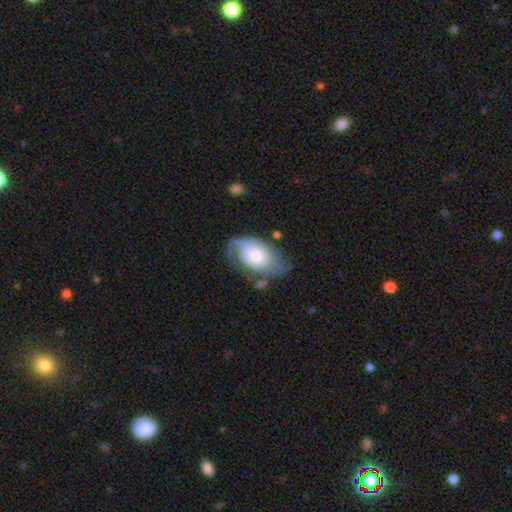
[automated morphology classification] featured or disk 54%, smooth 40%, star or artifact 6%. Down the decision tree: edge-on disk — no (95%); bar — no (76%); spiral arms — yes (76%); bulge size — moderate (38%); merging — none (51%).